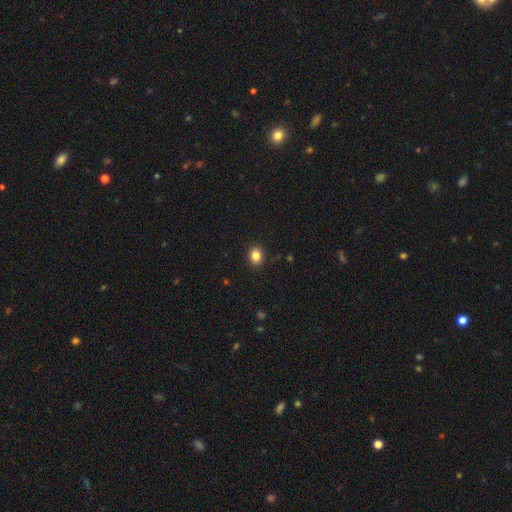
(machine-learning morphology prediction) This is clearly a smooth galaxy (85%). How rounded: possibly round (55%). Merging: clearly none (90%).